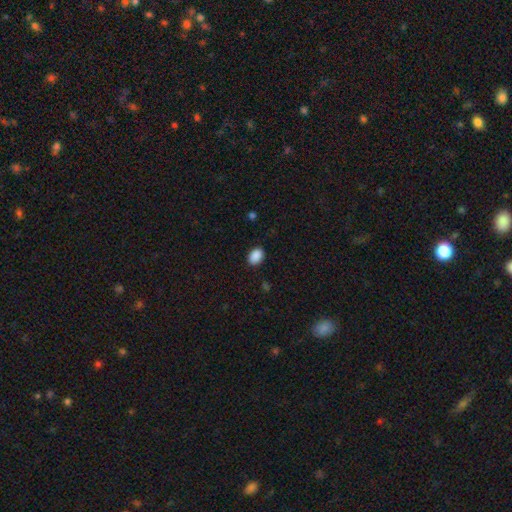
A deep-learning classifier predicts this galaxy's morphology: Smooth or featured? smooth (90%)
How rounded? in between (80%)
Merging? none (88%)